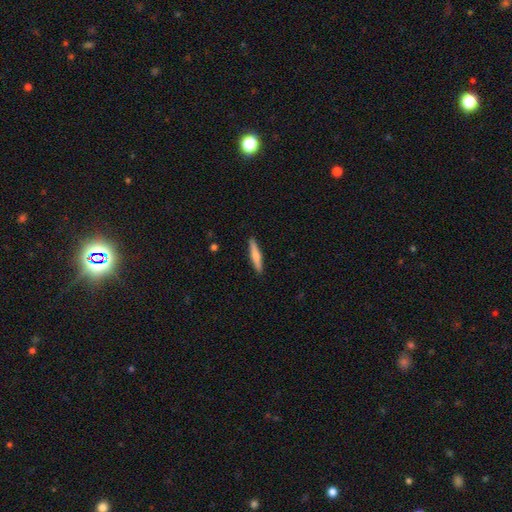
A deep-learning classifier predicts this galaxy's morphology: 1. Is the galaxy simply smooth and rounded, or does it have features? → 59% smooth, 35% featured or disk, 5% star or artifact.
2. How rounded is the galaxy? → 90% cigar-shaped, 8% in between, 1% round.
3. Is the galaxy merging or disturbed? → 91% none, 7% minor disturbance, 1% major disturbance, 1% merger.